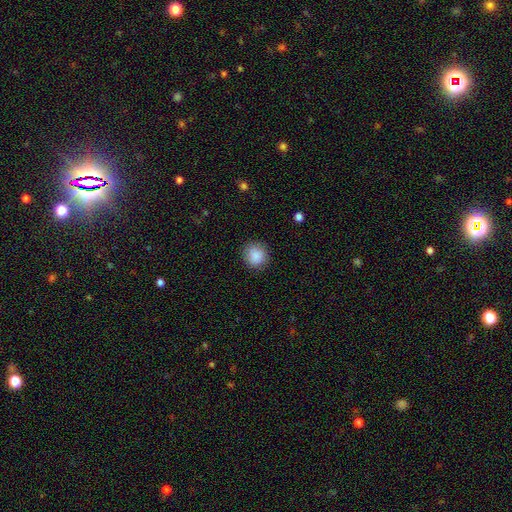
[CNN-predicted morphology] Q: Smooth or featured?
A: smooth (88%); runner-up: star or artifact (8%)
Q: How rounded?
A: round (89%); runner-up: in between (10%)
Q: Merging?
A: none (87%); runner-up: minor disturbance (9%)